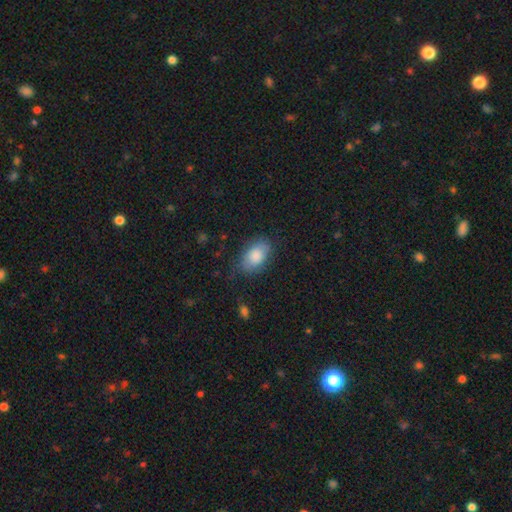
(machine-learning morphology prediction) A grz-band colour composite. It shows a smooth galaxy with no disk features (84%) that is in between round and cigar-shaped (91%). Merging: none (72%).